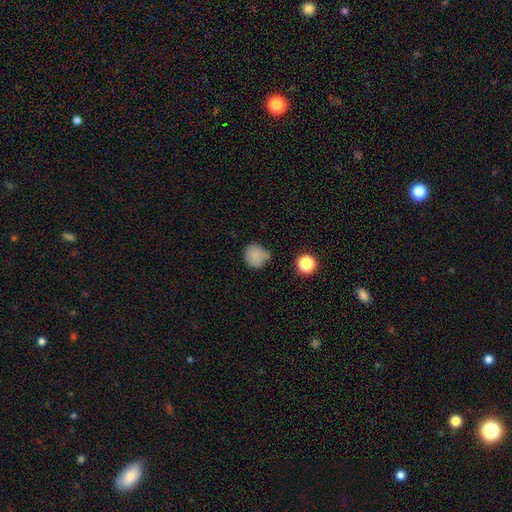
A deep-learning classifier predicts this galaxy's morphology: type=smooth (83%); roundness=round (89%); merging=none (63%).